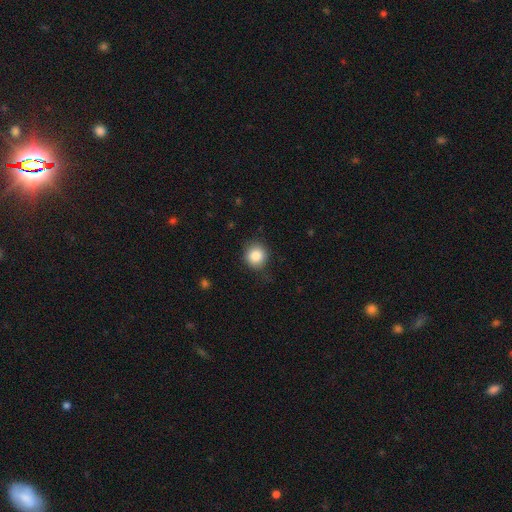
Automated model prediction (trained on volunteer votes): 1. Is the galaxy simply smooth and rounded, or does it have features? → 85% smooth, 9% star or artifact, 6% featured or disk.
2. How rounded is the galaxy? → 88% round, 11% in between, 1% cigar-shaped.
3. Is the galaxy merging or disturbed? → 82% none, 14% minor disturbance, 3% major disturbance, 1% merger.